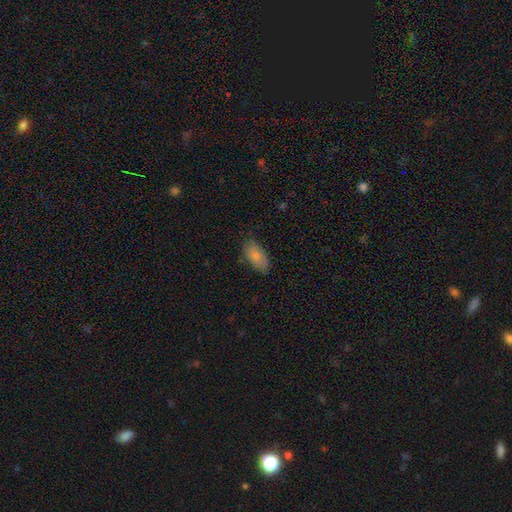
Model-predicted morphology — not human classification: Smooth or featured? Predicted: smooth (p=0.86). How rounded? Predicted: in between (p=0.92). Merging? Predicted: none (p=0.79).